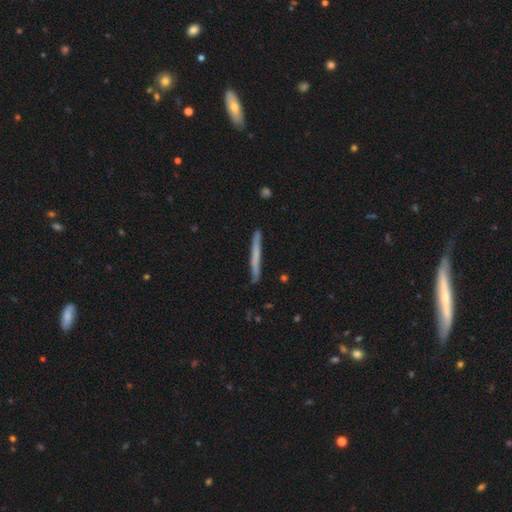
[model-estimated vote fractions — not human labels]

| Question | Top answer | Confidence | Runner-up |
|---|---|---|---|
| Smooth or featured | smooth | 57% | featured or disk (37%) |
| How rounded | cigar-shaped | 97% | in between (2%) |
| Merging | none | 90% | minor disturbance (8%) |